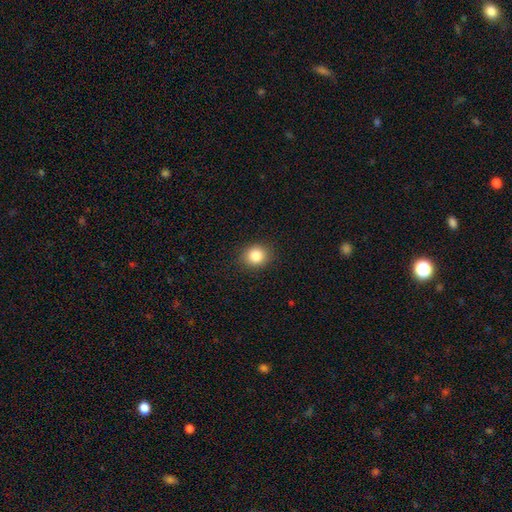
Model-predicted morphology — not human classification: Smooth or featured? Predicted: smooth (p=0.85). How rounded? Predicted: round (p=0.72). Merging? Predicted: none (p=0.89).